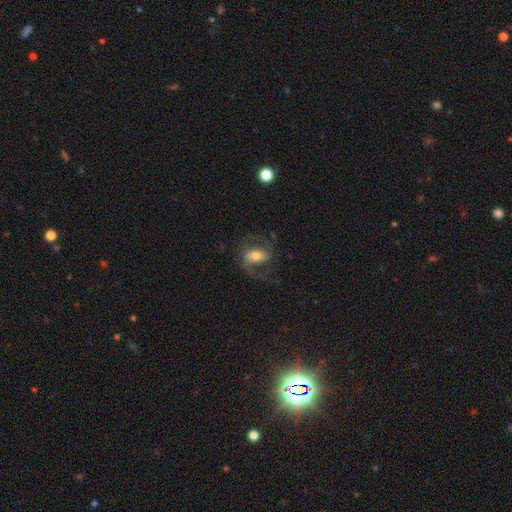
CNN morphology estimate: type=featured or disk (73%); edge-on=no (96%); bar=weak (41%); spiral arms=yes (91%); winding=medium (52%); arm count=2 (87%); bulge=moderate (61%); merging=none (63%).